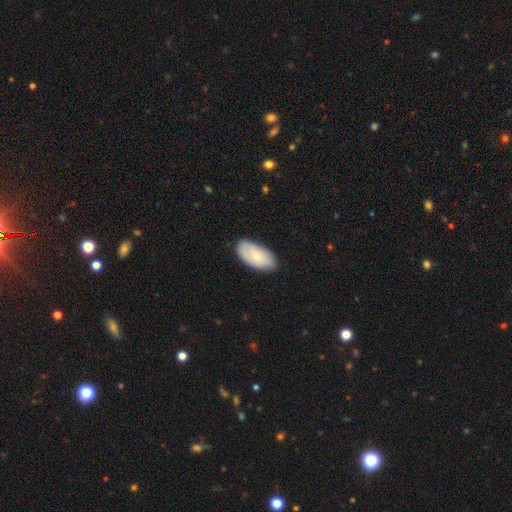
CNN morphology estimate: smooth-or-featured: smooth: 68% | featured or disk: 26% | star or artifact: 6%
  how-rounded: in between: 94% | cigar-shaped: 3% | round: 2%
  merging: none: 81% | minor disturbance: 15% | major disturbance: 3% | merger: 1%